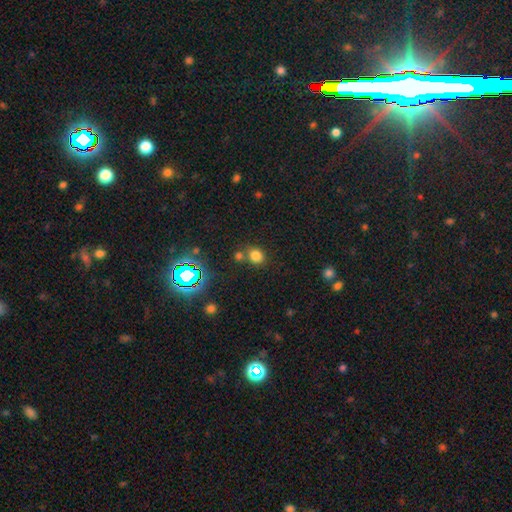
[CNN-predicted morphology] Smooth or featured? smooth (75%)
How rounded? round (72%)
Merging? none (65%)